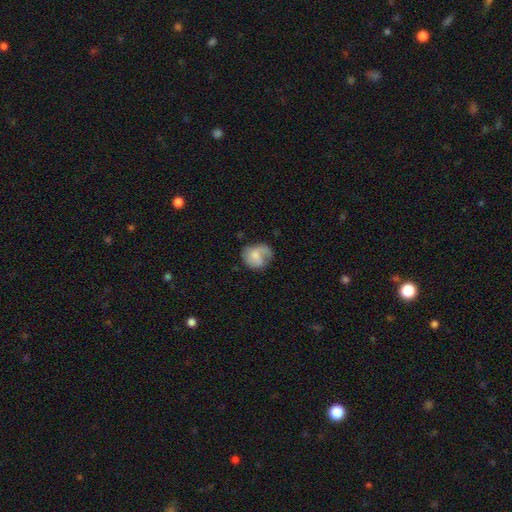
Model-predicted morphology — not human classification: Smooth or featured? Predicted: smooth (p=0.56). How rounded? Predicted: round (p=0.64). Merging? Predicted: none (p=0.49).